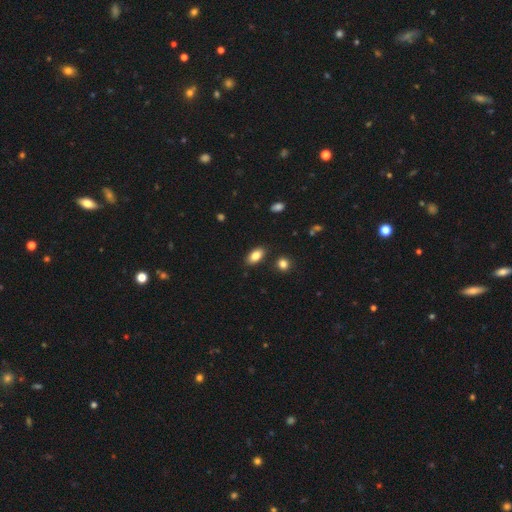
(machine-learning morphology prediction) Q: Smooth or featured?
A: smooth (84%); runner-up: featured or disk (8%)
Q: How rounded?
A: in between (90%); runner-up: cigar-shaped (5%)
Q: Merging?
A: none (85%); runner-up: minor disturbance (10%)